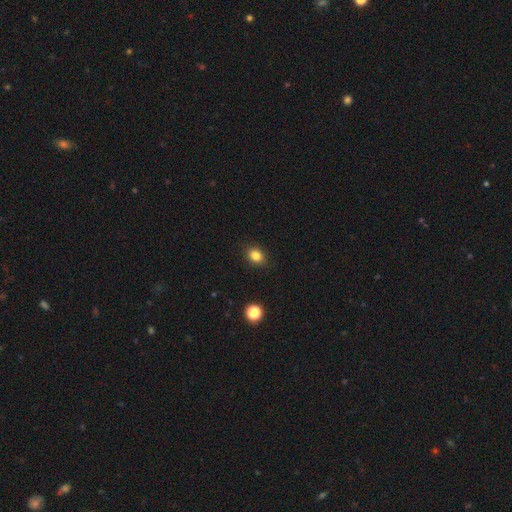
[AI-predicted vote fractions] Overall: smooth (84%). How rounded: in between (58%; round 41%). Merging: none (89%).